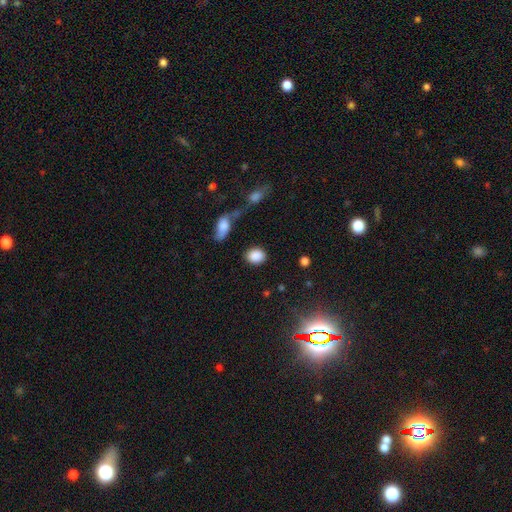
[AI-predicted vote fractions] smooth 87%, star or artifact 8%, featured or disk 5%. Down the decision tree: how rounded — in between (56%); merging — none (80%).